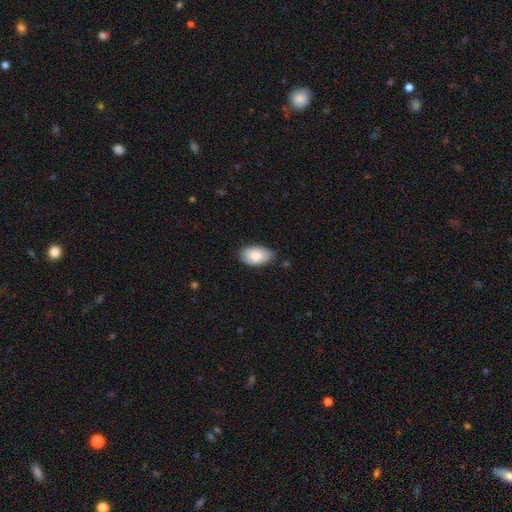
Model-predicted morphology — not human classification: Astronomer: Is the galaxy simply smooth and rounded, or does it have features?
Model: smooth — 82%.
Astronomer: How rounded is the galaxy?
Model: in between — 93%.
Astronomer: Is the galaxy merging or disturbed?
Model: none — 69%.